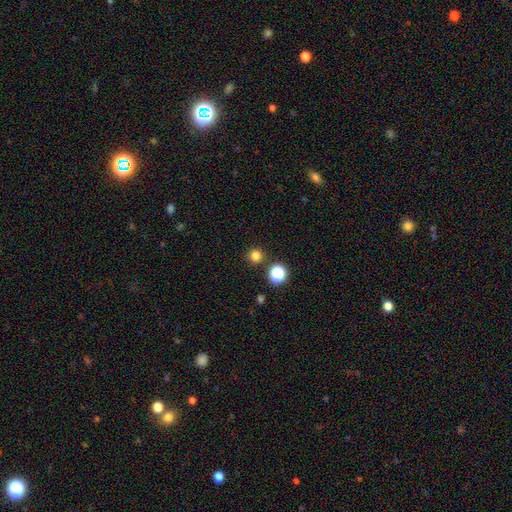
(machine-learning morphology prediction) smooth_or_featured: smooth (p=0.79) [alt: star or artifact p=0.17]
how_rounded: round (p=0.93) [alt: in between p=0.06]
merging: none (p=0.86) [alt: minor disturbance p=0.07]